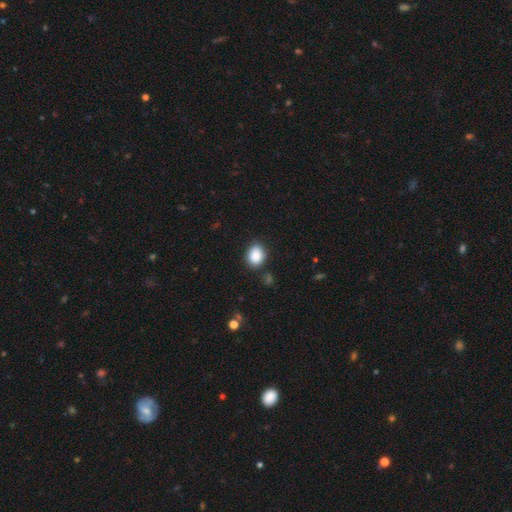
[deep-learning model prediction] Smooth or featured? Predicted: smooth (p=0.87). How rounded? Predicted: in between (p=0.64). Merging? Predicted: none (p=0.78).